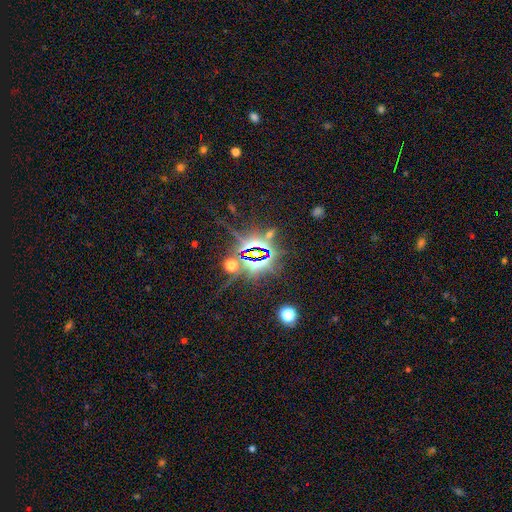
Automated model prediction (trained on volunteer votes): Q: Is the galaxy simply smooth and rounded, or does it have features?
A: star or artifact — 83%.